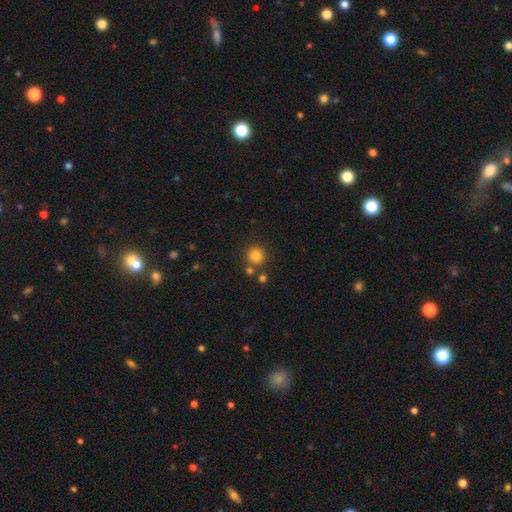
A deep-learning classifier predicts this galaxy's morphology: A smooth galaxy with no disk features (83%) that is round (92%). Merging: none (78%).